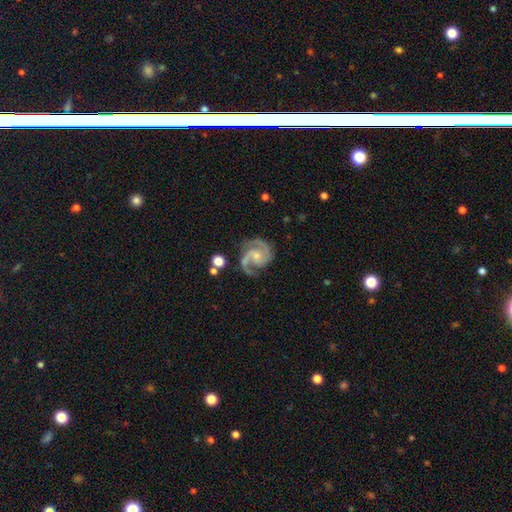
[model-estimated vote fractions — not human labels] A featured or disk galaxy (92%) with no bar (60%), 2 (83%) medium (57%) spiral arms (98%) and a small central bulge (63%). Merging: none (72%).